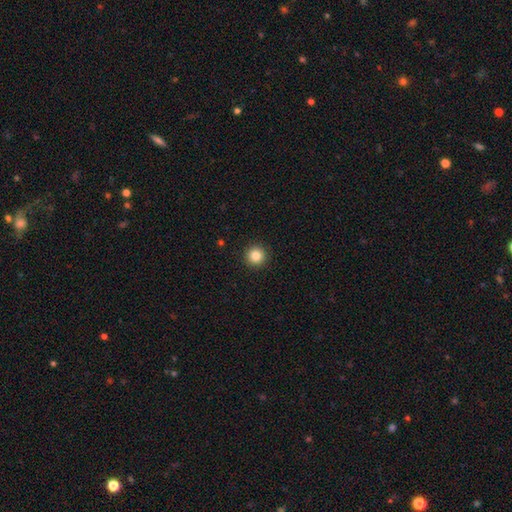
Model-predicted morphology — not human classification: smooth 84%, star or artifact 11%, featured or disk 5%. Down the decision tree: how rounded — round (96%); merging — none (93%).